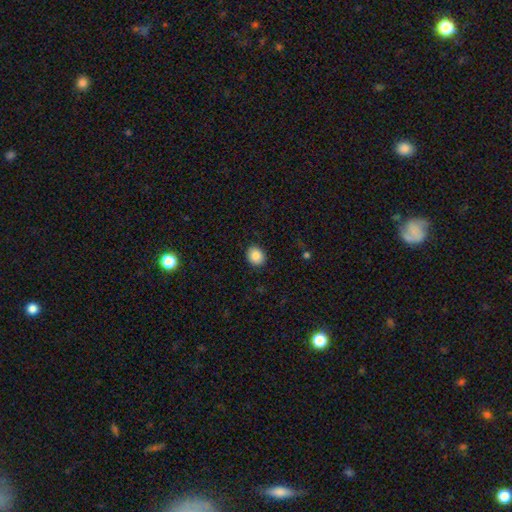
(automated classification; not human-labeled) Smooth or featured?
  - smooth: 86% *
  - star or artifact: 9%
  - featured or disk: 5%
How rounded?
  - round: 73% *
  - in between: 26%
  - cigar-shaped: 1%
Merging?
  - none: 90% *
  - minor disturbance: 7%
  - major disturbance: 2%
  - merger: 1%